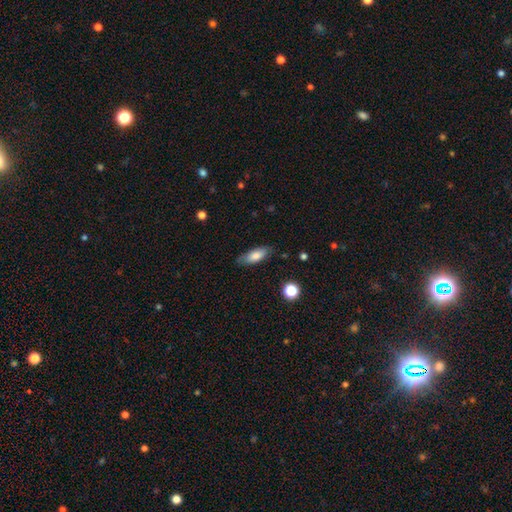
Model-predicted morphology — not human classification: smooth-or-featured: smooth: 76% | featured or disk: 17% | star or artifact: 7%
  how-rounded: in between: 74% | cigar-shaped: 23% | round: 3%
  merging: none: 80% | minor disturbance: 15% | major disturbance: 3% | merger: 1%